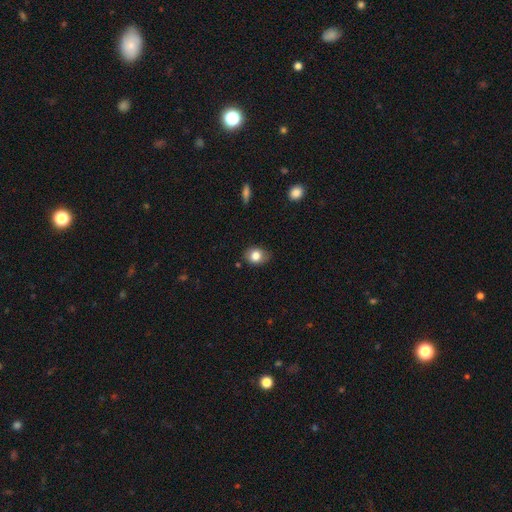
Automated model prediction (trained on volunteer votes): smooth-or-featured: smooth: 81% | star or artifact: 10% | featured or disk: 9%
  how-rounded: round: 50% | in between: 49% | cigar-shaped: 1%
  merging: none: 73% | minor disturbance: 22% | major disturbance: 4% | merger: 2%